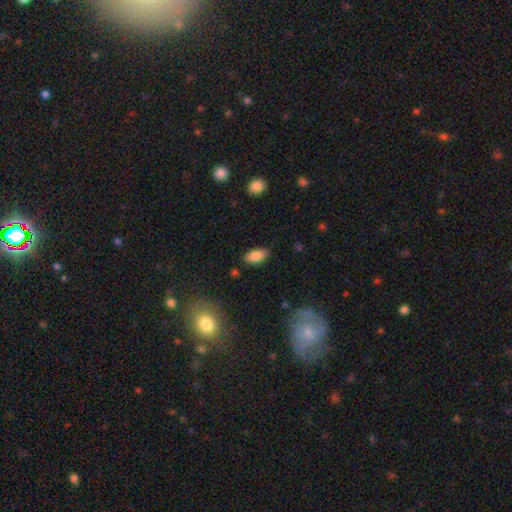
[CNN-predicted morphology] Smooth or featured?
  - smooth: 84% *
  - featured or disk: 9%
  - star or artifact: 7%
How rounded?
  - in between: 90% *
  - cigar-shaped: 8%
  - round: 3%
Merging?
  - none: 84% *
  - minor disturbance: 12%
  - major disturbance: 3%
  - merger: 2%